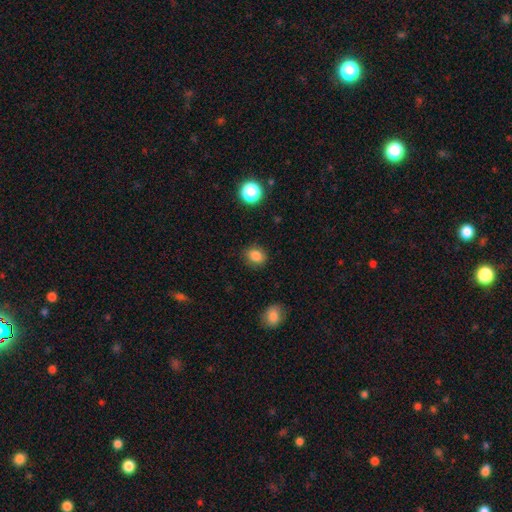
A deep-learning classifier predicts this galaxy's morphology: Smooth or featured: smooth — 84% (star or artifact — 11%)
How rounded: round — 53% (in between — 46%)
Merging: none — 83% (minor disturbance — 12%)